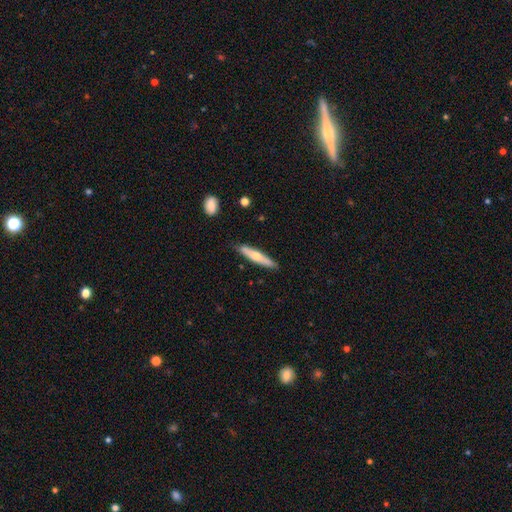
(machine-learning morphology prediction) smooth-or-featured: smooth: 47% (tied) | featured or disk: 47% (tied) | star or artifact: 6%
  merging: none: 87% | minor disturbance: 10% | major disturbance: 2% | merger: 1%